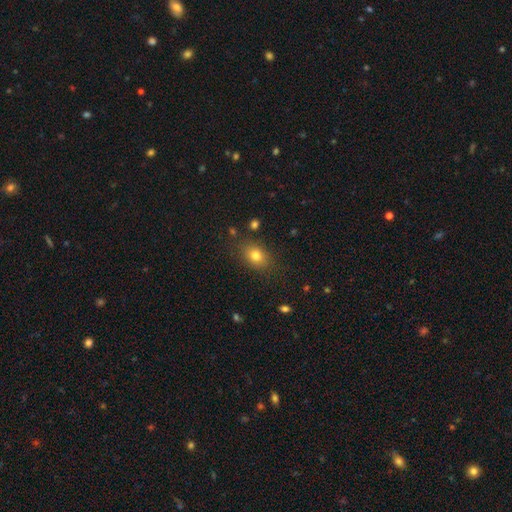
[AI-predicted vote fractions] Q: Smooth or featured?
A: smooth (78%); runner-up: star or artifact (12%)
Q: How rounded?
A: in between (67%); runner-up: round (31%)
Q: Merging?
A: none (82%); runner-up: minor disturbance (12%)